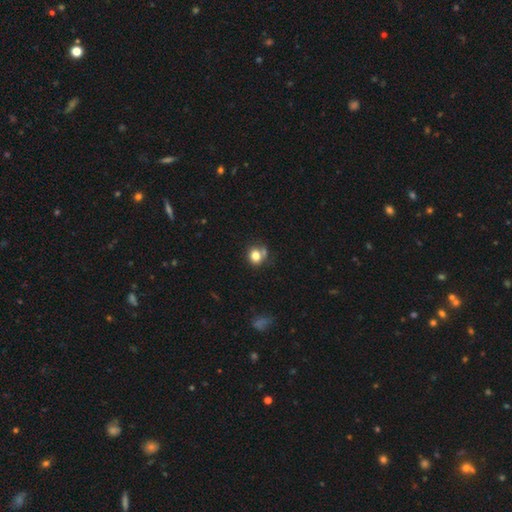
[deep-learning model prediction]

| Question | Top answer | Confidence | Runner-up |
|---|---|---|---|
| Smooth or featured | smooth | 78% | star or artifact (12%) |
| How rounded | round | 73% | in between (26%) |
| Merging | none | 58% | minor disturbance (17%) |